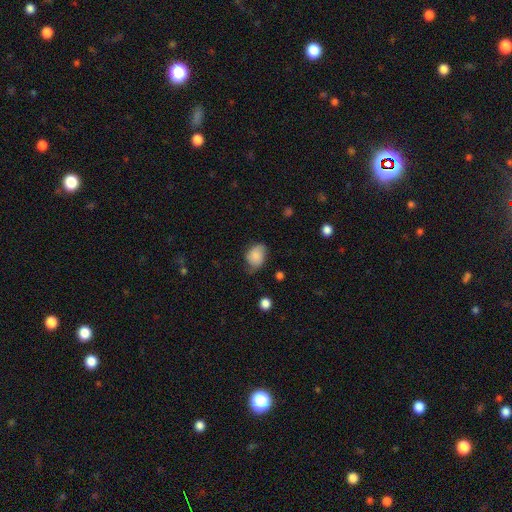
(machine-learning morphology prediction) Smooth or featured? Predicted: smooth (p=0.81). How rounded? Predicted: in between (p=0.63). Merging? Predicted: none (p=0.58).